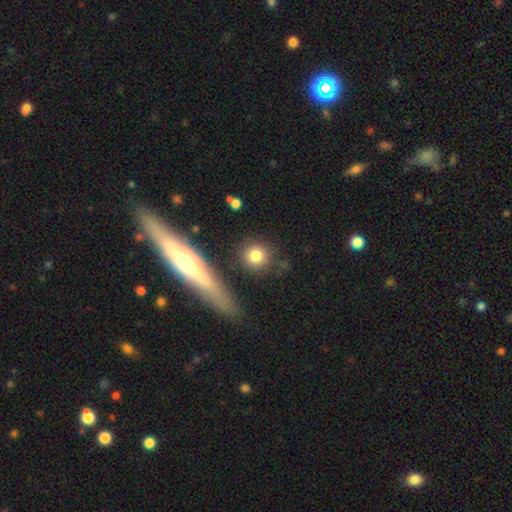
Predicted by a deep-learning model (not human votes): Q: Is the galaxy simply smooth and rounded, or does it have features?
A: smooth — 82%.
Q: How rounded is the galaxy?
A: round — 88%.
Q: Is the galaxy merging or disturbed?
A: none — 84%.